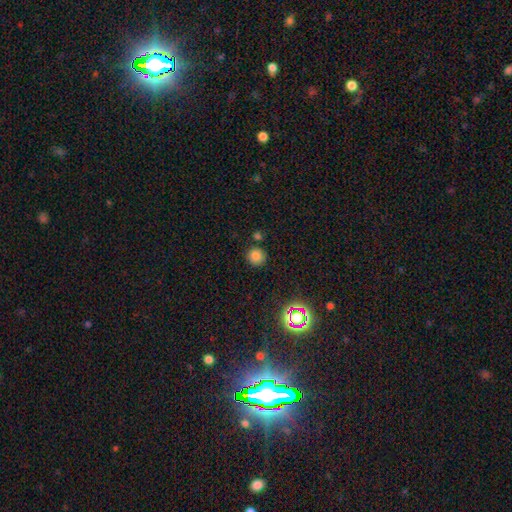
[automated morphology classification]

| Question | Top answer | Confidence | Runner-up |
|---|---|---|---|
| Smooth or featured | smooth | 79% | star or artifact (16%) |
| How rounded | round | 92% | in between (7%) |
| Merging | none | 81% | minor disturbance (9%) |